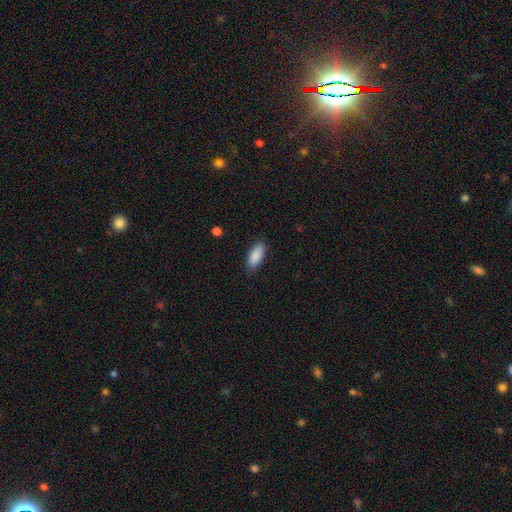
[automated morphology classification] A smooth galaxy with no disk features (89%) that is in between round and cigar-shaped (80%).

Vote fractions:
- Smooth or featured? smooth: 89% / star or artifact: 6% / featured or disk: 4%
- How rounded? in between: 80% / cigar-shaped: 18% / round: 2%
- Merging? none: 85% / minor disturbance: 11% / major disturbance: 2% / merger: 1%